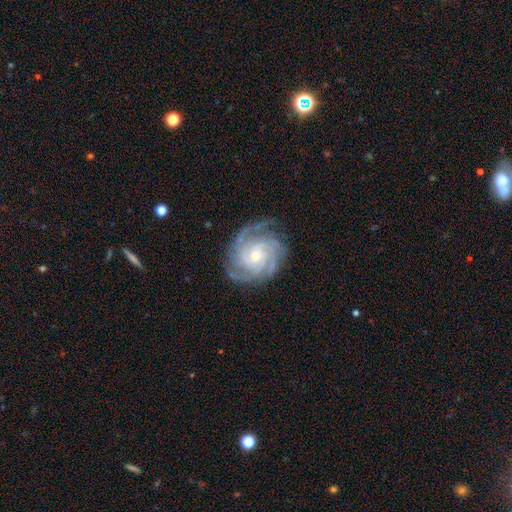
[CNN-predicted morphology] This is clearly a featured or disk galaxy (90%). It is clearly not viewed edge-on (98%). Bar: likely no (73%). Spiral arm pattern: clearly yes (98%). Spiral arm count: marginally 4 (35%). Spiral winding: likely tight (71%). Central bulge: likely small (65%). Merging: likely none (77%).